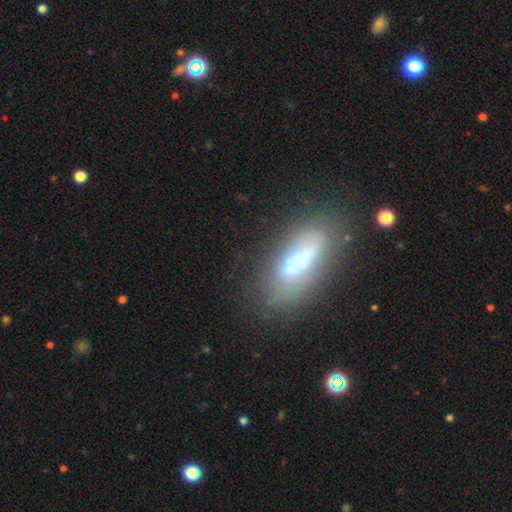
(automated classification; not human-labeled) smooth_or_featured: smooth (p=0.55) [alt: featured or disk p=0.31]
how_rounded: in between (p=0.62) [alt: cigar-shaped p=0.35]
merging: none (p=0.76) [alt: minor disturbance p=0.16]